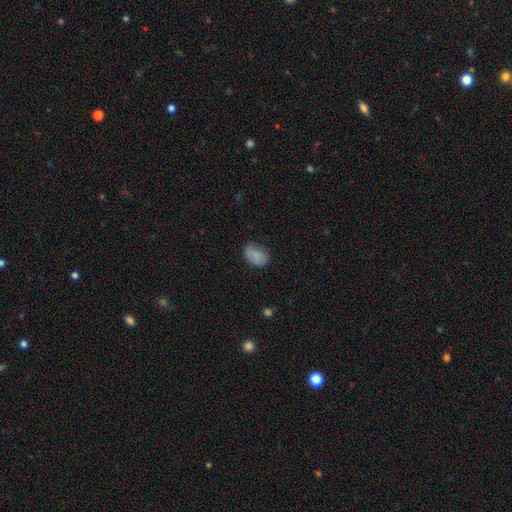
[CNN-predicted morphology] smooth 81%, featured or disk 10%, star or artifact 9%. Down the decision tree: how rounded — in between (86%); merging — none (68%).